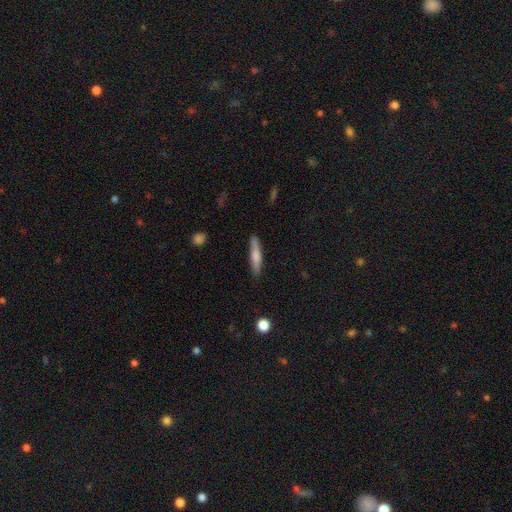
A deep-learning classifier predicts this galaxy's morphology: A smooth galaxy with no disk features (65%) that is cigar-shaped (88%).

Vote fractions:
- Smooth or featured? smooth: 65% / featured or disk: 29% / star or artifact: 6%
- How rounded? cigar-shaped: 88% / in between: 11% / round: 2%
- Merging? none: 84% / minor disturbance: 12% / major disturbance: 2% / merger: 2%